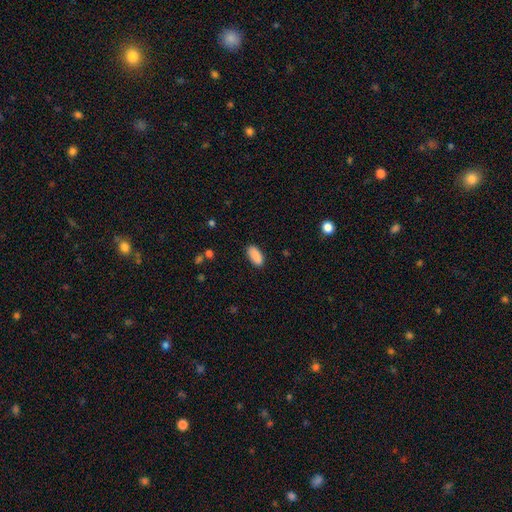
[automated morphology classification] A smooth galaxy with no disk features (89%) that is in between round and cigar-shaped (89%). Merging: none (87%).